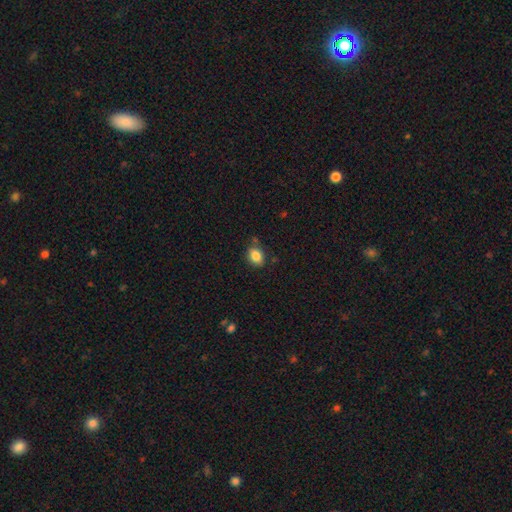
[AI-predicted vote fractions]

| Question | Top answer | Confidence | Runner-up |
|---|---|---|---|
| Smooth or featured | smooth | 84% | star or artifact (9%) |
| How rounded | in between | 62% | round (37%) |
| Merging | none | 75% | minor disturbance (17%) |